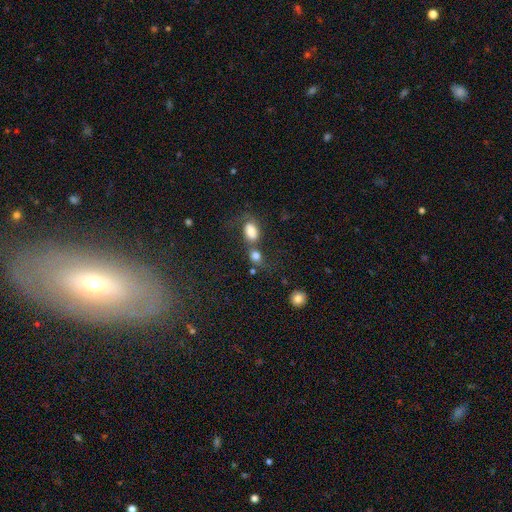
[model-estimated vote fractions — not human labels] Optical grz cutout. It shows a smooth galaxy with no disk features (78%) that is in between round and cigar-shaped (52%). Merging: merger (54%).